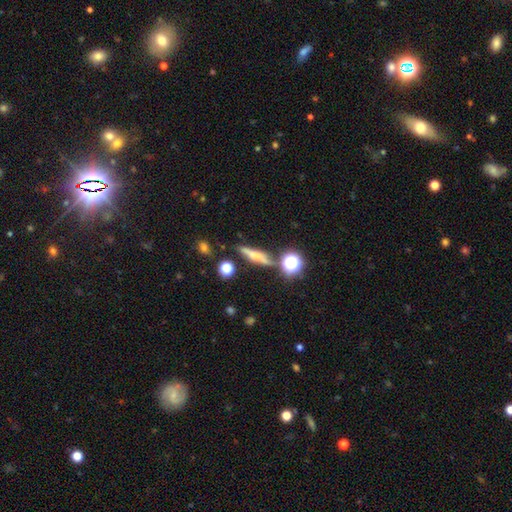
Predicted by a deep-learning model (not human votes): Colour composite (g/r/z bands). It shows a featured or disk galaxy (44%). Merging: none (75%).